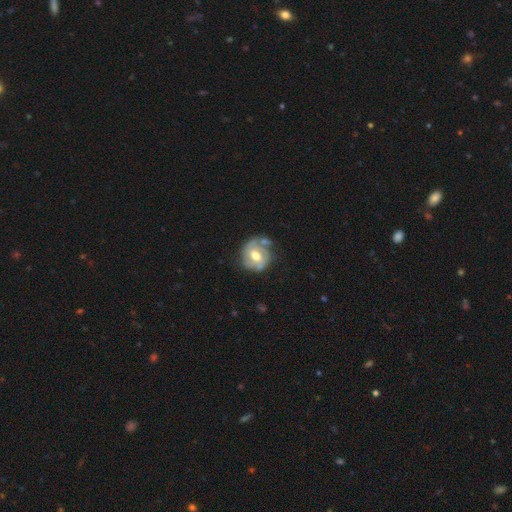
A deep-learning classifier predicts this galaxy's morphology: smooth-or-featured: featured or disk: 67% | smooth: 27% | star or artifact: 6%
  disk-edge-on: no: 97% | yes: 3%
    bar: no: 48% | weak: 41% | strong: 11%
    has-spiral-arms: yes: 73% | no: 27%
    bulge-size: moderate: 75% | large: 15% | small: 8% | none: 1% | dominant: 1%
  merging: none: 58% | minor disturbance: 23% | major disturbance: 10% | merger: 9%